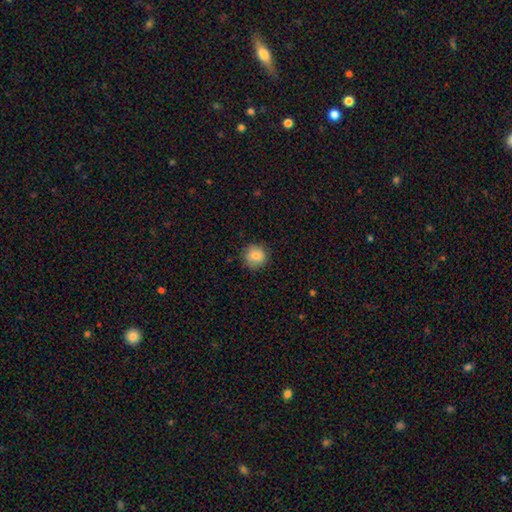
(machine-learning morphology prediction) Q: Smooth or featured?
A: smooth (81%); runner-up: featured or disk (10%)
Q: How rounded?
A: round (93%); runner-up: in between (6%)
Q: Merging?
A: none (86%); runner-up: minor disturbance (10%)